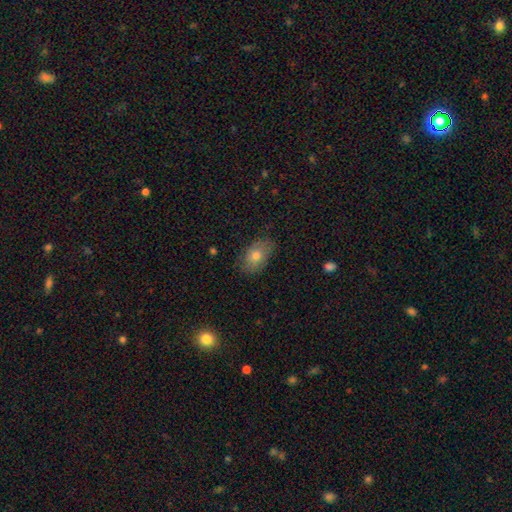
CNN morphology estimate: Smooth or featured? Predicted: smooth (p=0.72). How rounded? Predicted: in between (p=0.88). Merging? Predicted: none (p=0.80).